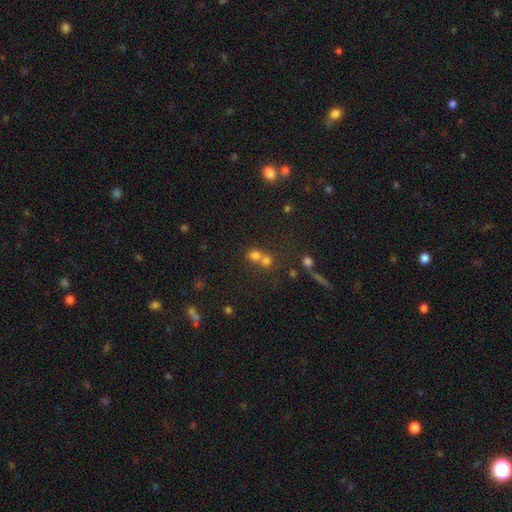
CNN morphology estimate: Smooth or featured?
  - smooth: 71% *
  - star or artifact: 17%
  - featured or disk: 12%
How rounded?
  - round: 75% *
  - in between: 24%
  - cigar-shaped: 1%
Merging?
  - merger: 56% *
  - none: 34%
  - minor disturbance: 6%
  - major disturbance: 4%